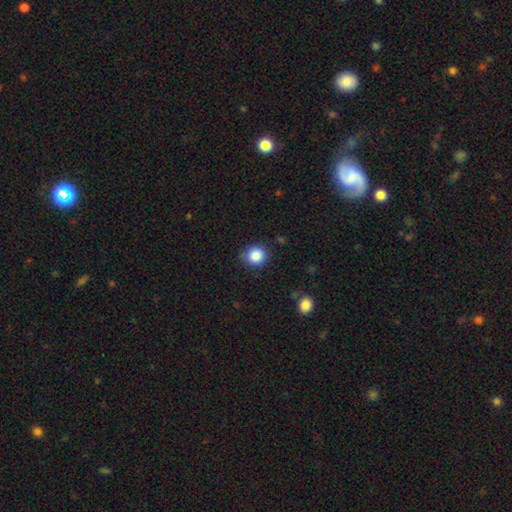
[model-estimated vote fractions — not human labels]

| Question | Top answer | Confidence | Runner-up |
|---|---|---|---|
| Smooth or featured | smooth | 86% | star or artifact (10%) |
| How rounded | round | 90% | in between (9%) |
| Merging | none | 84% | minor disturbance (12%) |